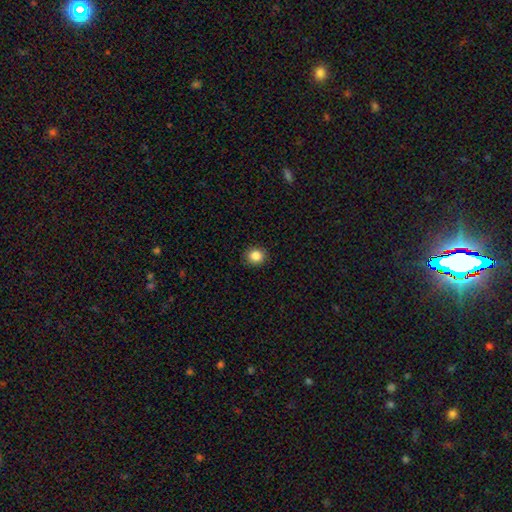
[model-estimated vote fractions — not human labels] The model was most divided on "how rounded": round: 83%, in between: 16%, cigar-shaped: 1%. More confident: merging — none (89%); smooth or featured — smooth (86%).